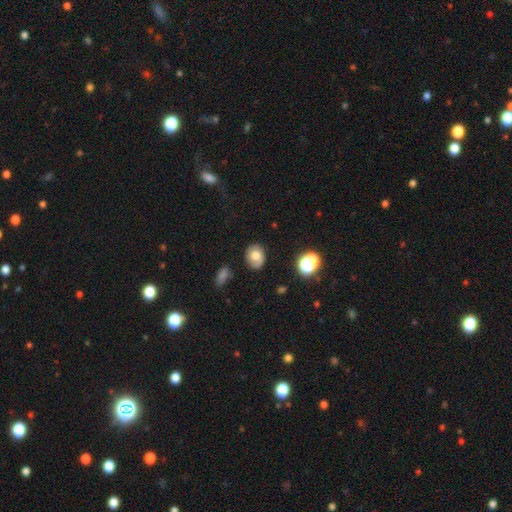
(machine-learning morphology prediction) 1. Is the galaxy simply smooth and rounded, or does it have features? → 69% smooth, 19% featured or disk, 11% star or artifact.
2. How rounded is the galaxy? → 52% in between, 47% round, 1% cigar-shaped.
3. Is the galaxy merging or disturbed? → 76% none, 18% minor disturbance, 4% major disturbance, 2% merger.